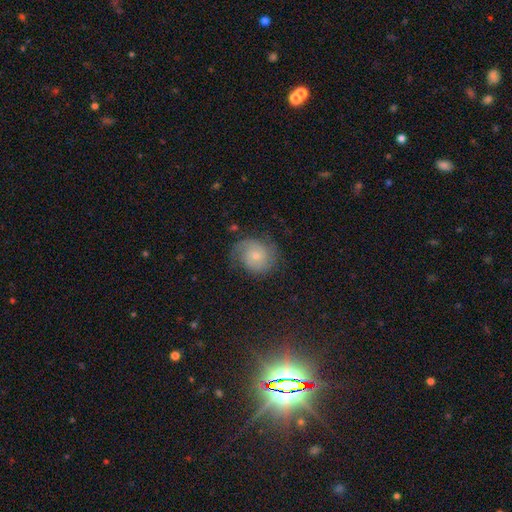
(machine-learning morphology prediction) type=featured or disk (59%); edge-on=no (98%); bar=no (73%); spiral arms=yes (89%); winding=tight (46%); arm count=2 (63%); bulge=small (59%); merging=none (64%).